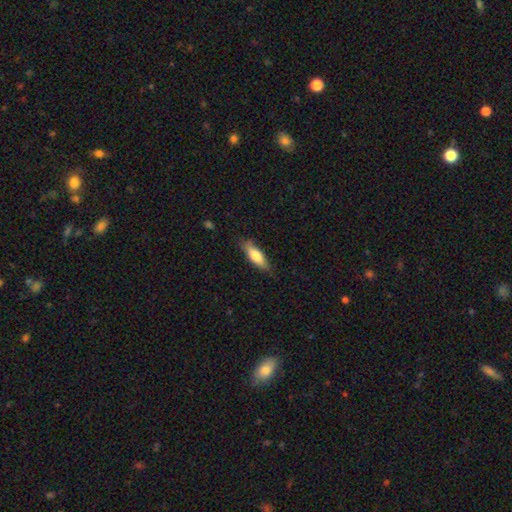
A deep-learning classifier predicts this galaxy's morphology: Smooth or featured: smooth — 75% (featured or disk — 19%)
How rounded: in between — 59% (cigar-shaped — 39%)
Merging: none — 75% (minor disturbance — 20%)